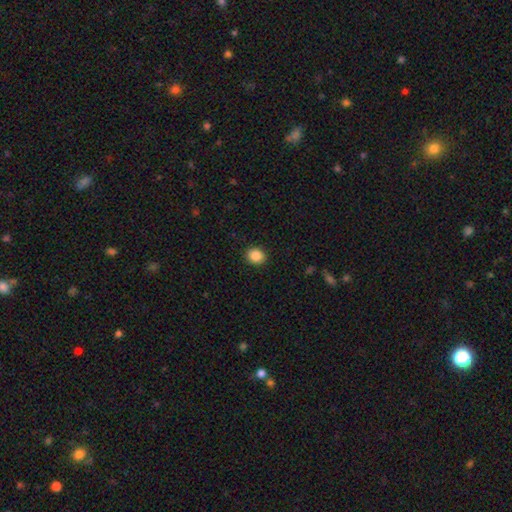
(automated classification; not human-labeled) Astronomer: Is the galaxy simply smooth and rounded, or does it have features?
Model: smooth — 87%.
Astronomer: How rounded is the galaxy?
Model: round — 70%.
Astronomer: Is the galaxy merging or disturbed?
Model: none — 91%.